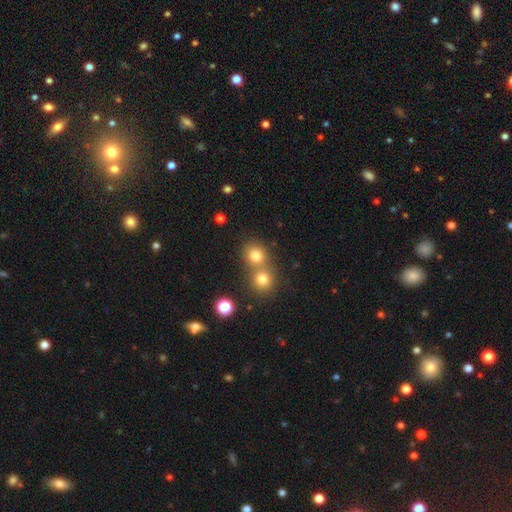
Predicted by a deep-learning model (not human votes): Smooth or featured: smooth — 78% (star or artifact — 14%)
How rounded: round — 79% (in between — 20%)
Merging: none — 47% (merger — 43%)